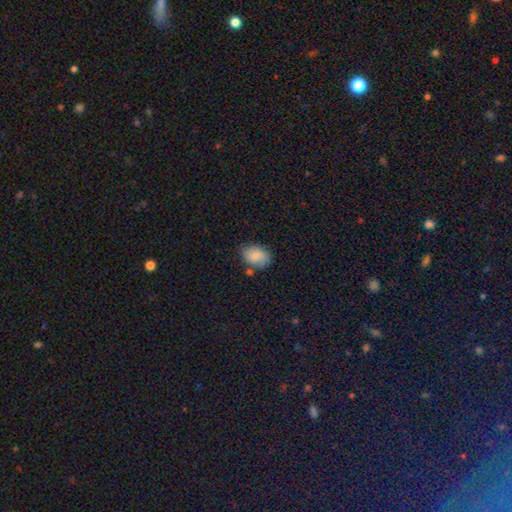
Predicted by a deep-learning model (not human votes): Morphology: type=smooth (83%); roundness=in between (75%); merging=none (72%).